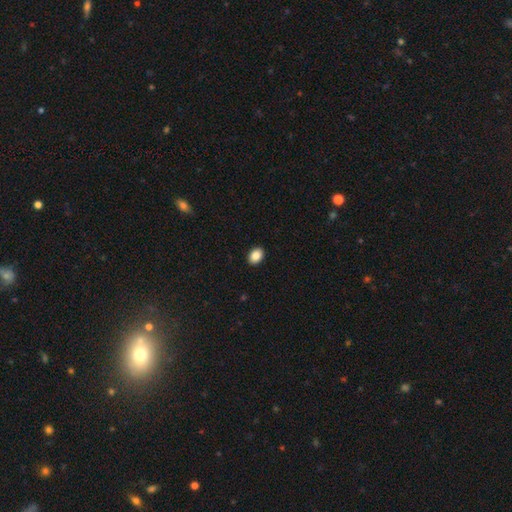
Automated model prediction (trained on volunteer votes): Overall: smooth (88%). How rounded: in between (71%). Merging: none (91%).